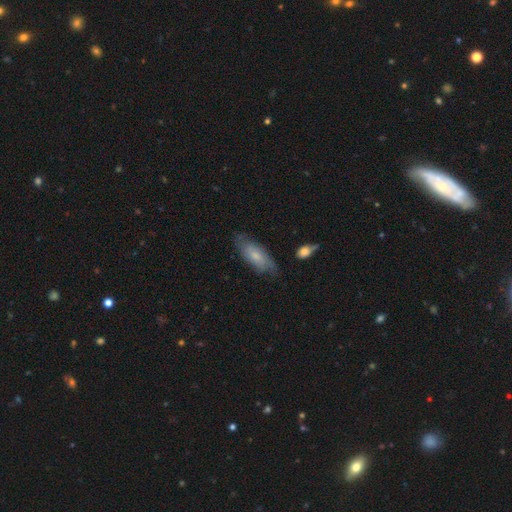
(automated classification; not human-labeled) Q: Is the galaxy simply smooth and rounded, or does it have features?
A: smooth — 59%.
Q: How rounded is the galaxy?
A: in between — 74%.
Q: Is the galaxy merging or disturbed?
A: none — 70%.